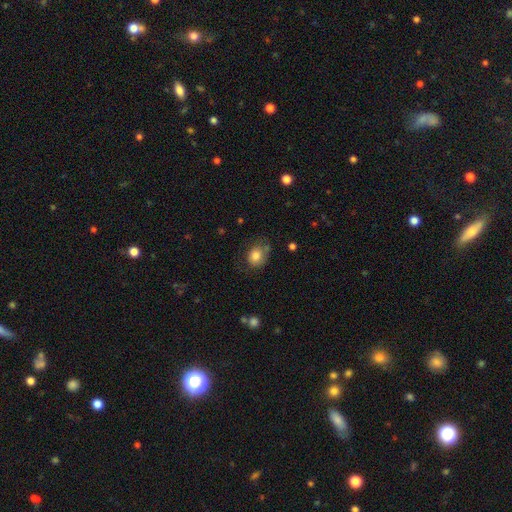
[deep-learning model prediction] Q: Smooth or featured?
A: smooth (81%); runner-up: featured or disk (10%)
Q: How rounded?
A: round (61%); runner-up: in between (38%)
Q: Merging?
A: none (60%); runner-up: minor disturbance (27%)